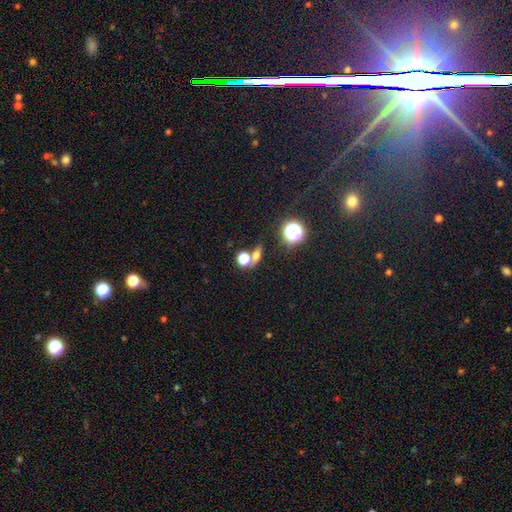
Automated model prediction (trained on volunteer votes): Morphology: type=smooth (62%); roundness=round (46%); merging=none (56%).